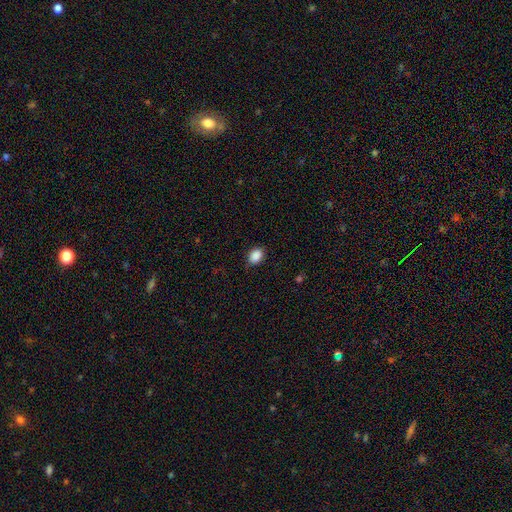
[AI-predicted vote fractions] smooth_or_featured: smooth (p=0.89) [alt: star or artifact p=0.08]
how_rounded: in between (p=0.68) [alt: round p=0.31]
merging: none (p=0.80) [alt: minor disturbance p=0.15]